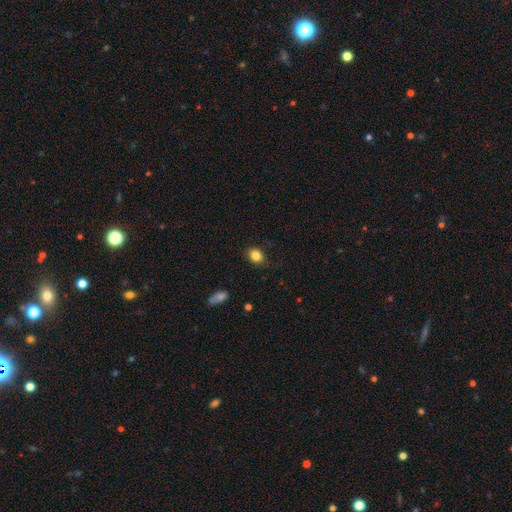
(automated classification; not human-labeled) The model was most divided on "how rounded": in between: 52%, round: 47%, cigar-shaped: 1%. More confident: smooth or featured — smooth (84%); merging — none (84%).